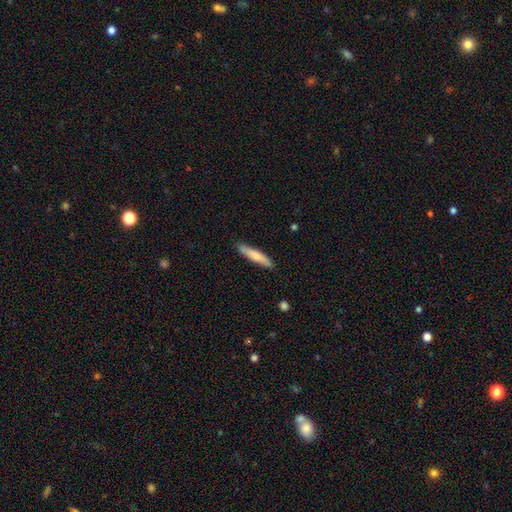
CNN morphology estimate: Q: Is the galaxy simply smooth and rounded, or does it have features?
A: smooth — 69%.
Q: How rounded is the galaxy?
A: cigar-shaped — 88%.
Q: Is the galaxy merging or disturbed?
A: none — 88%.